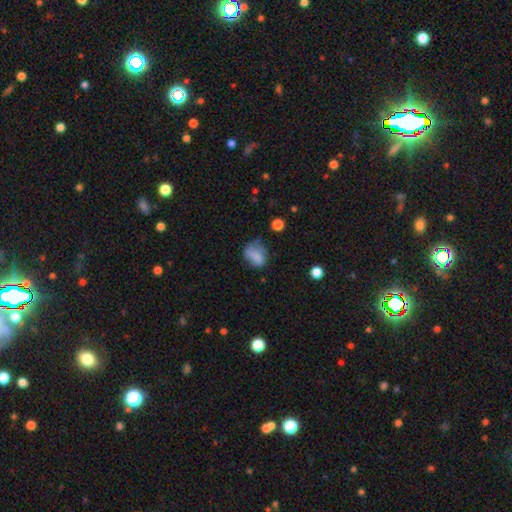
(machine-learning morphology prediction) type=smooth (73%); roundness=in between (66%); merging=none (36%).